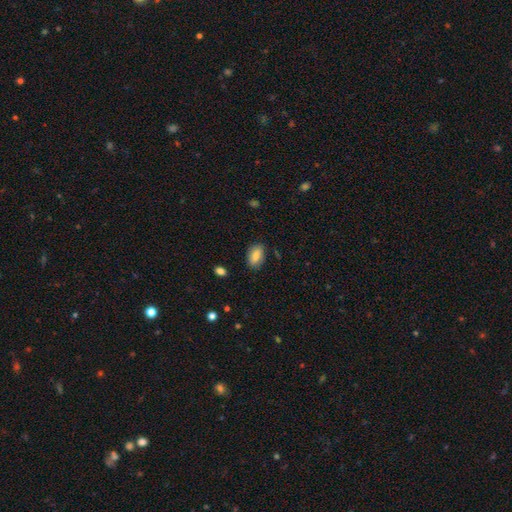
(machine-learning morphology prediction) smooth 82%, featured or disk 10%, star or artifact 7%. Down the decision tree: how rounded — in between (90%); merging — none (83%).